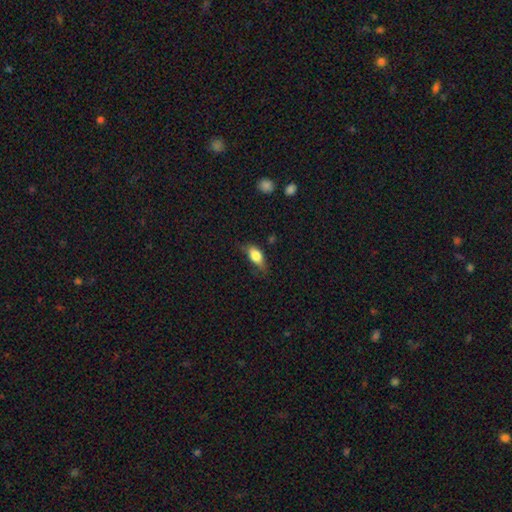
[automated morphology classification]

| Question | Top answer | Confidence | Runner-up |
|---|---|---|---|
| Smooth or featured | smooth | 80% | featured or disk (12%) |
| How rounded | in between | 84% | cigar-shaped (9%) |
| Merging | none | 58% | minor disturbance (31%) |